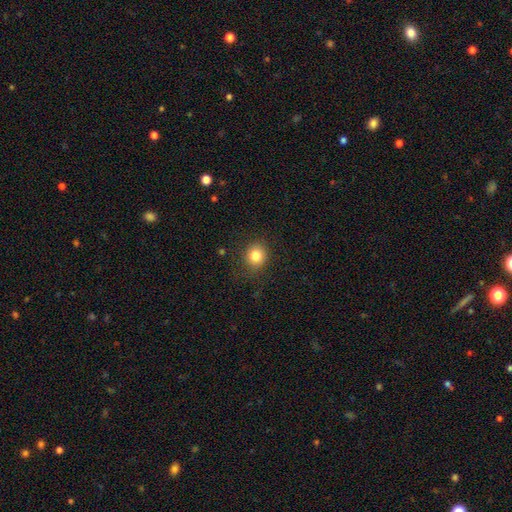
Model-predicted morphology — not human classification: The model was most divided on "how rounded": round: 82%, in between: 17%, cigar-shaped: 1%. More confident: merging — none (84%); smooth or featured — smooth (82%).